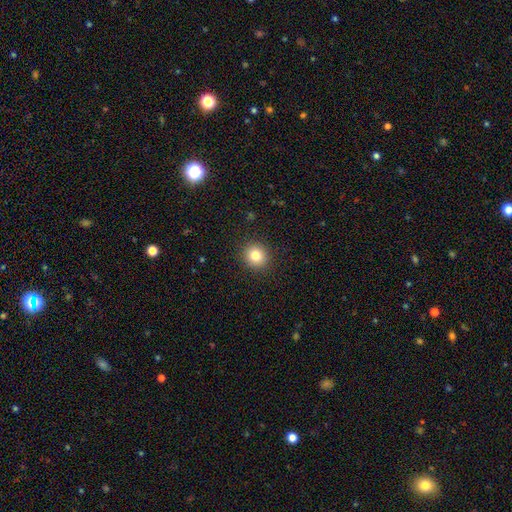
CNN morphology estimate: The model was most divided on "smooth or featured": smooth: 81%, star or artifact: 12%, featured or disk: 8%. More confident: merging — none (91%); how rounded — round (90%).